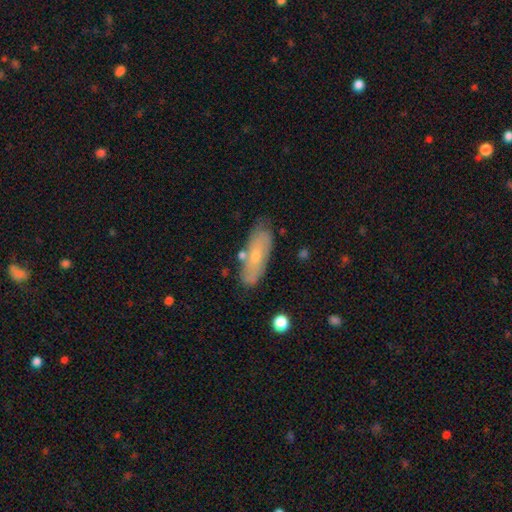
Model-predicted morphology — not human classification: Smooth or featured: smooth — 54% (featured or disk — 39%)
How rounded: in between — 63% (cigar-shaped — 34%)
Merging: none — 73% (minor disturbance — 17%)